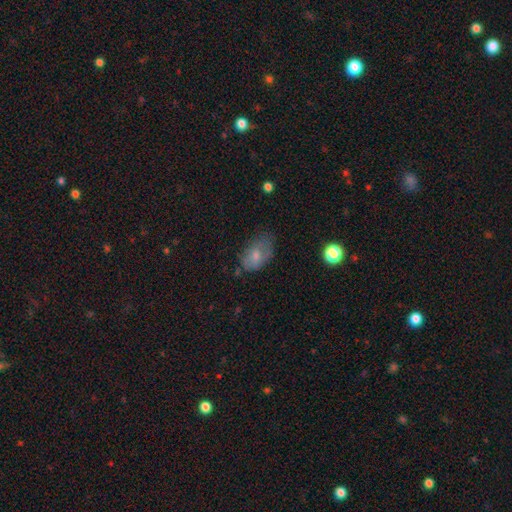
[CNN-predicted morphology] smooth-or-featured: smooth: 70% | featured or disk: 21% | star or artifact: 9%
  how-rounded: in between: 88% | round: 10% | cigar-shaped: 2%
  merging: none: 51% | minor disturbance: 33% | major disturbance: 14% | merger: 3%